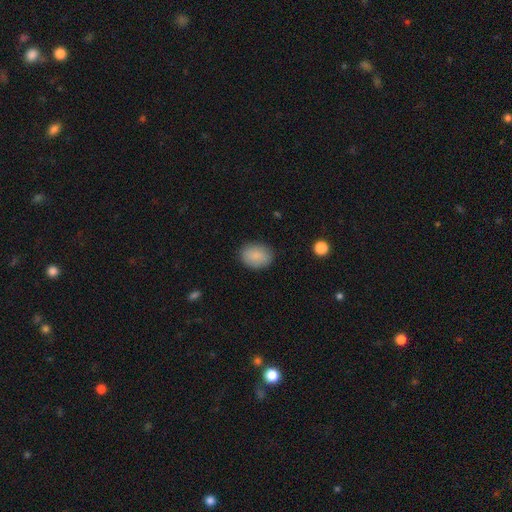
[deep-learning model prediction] smooth 87%, star or artifact 7%, featured or disk 5%. Down the decision tree: how rounded — in between (65%); merging — none (86%).